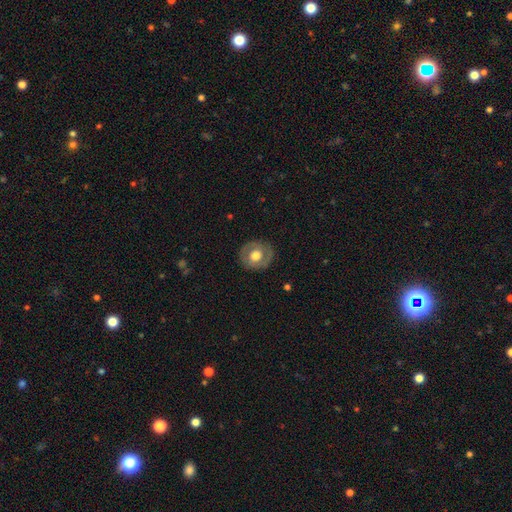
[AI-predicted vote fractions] This is possibly a smooth galaxy (49%). Merging: clearly none (83%).